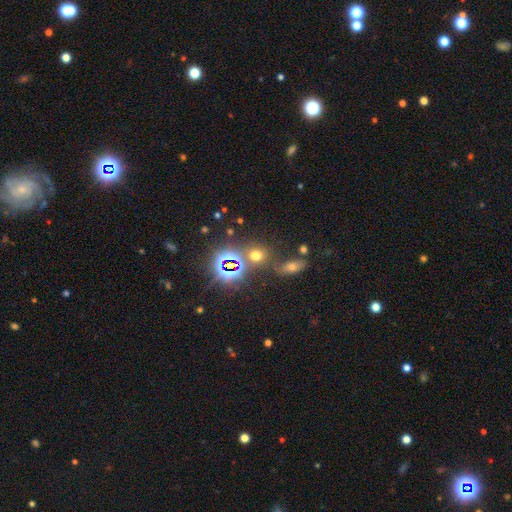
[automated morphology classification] Smooth or featured? smooth (52%)
How rounded? round (66%)
Merging? none (71%)